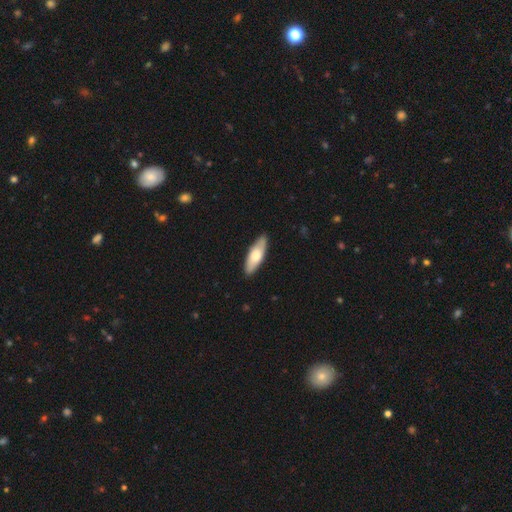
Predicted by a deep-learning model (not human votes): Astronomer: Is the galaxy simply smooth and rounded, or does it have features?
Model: smooth — 65%.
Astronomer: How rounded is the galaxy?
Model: in between — 58% (runner-up: cigar-shaped, 40%).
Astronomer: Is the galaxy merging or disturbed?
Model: none — 88%.